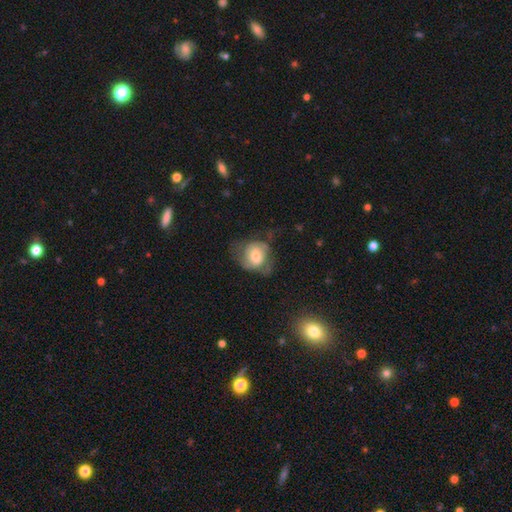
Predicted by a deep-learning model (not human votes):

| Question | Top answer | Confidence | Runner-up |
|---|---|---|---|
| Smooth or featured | smooth | 57% | featured or disk (35%) |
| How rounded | round | 57% | in between (42%) |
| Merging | none | 39% | major disturbance (30%) |